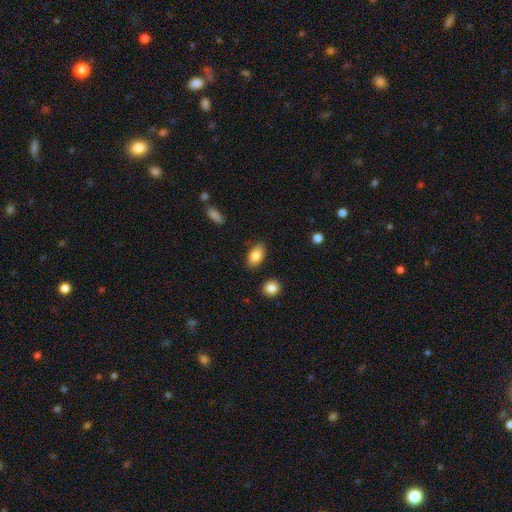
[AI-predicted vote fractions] Smooth or featured? smooth (84%)
How rounded? in between (91%)
Merging? none (82%)